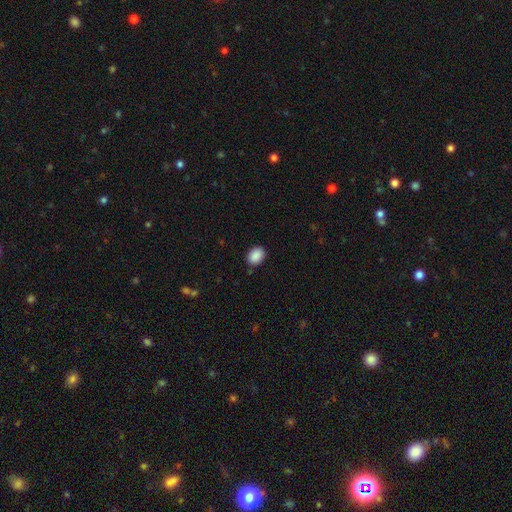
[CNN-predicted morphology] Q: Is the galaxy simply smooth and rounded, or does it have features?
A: smooth — 90%.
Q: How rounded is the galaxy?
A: in between — 65%.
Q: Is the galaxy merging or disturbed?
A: none — 88%.